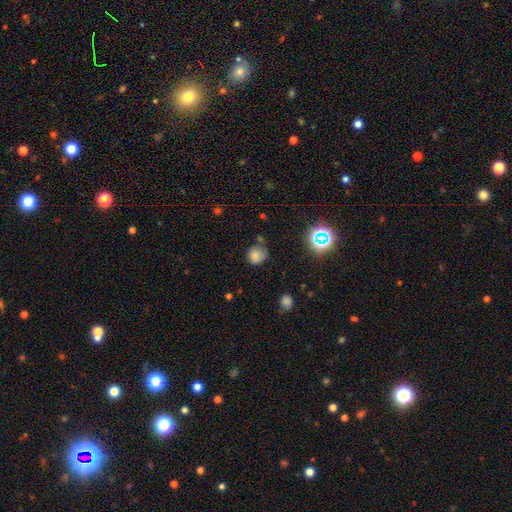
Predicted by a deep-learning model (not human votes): Smooth or featured: smooth — 76% (star or artifact — 16%)
How rounded: round — 83% (in between — 16%)
Merging: none — 60% (minor disturbance — 25%)